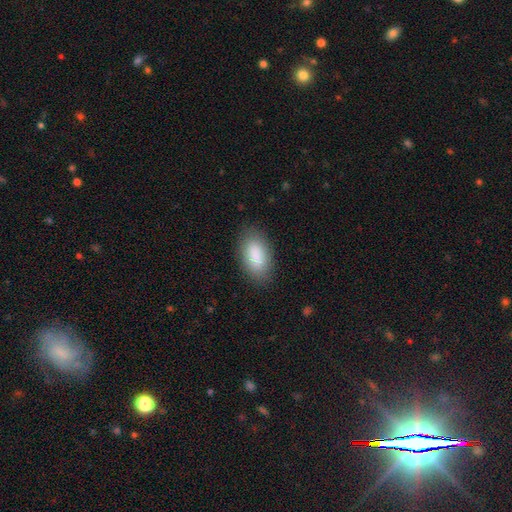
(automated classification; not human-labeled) This appears to be a smooth galaxy with no disk features (86%) that is in between round and cigar-shaped (93%). Merging: none (83%).